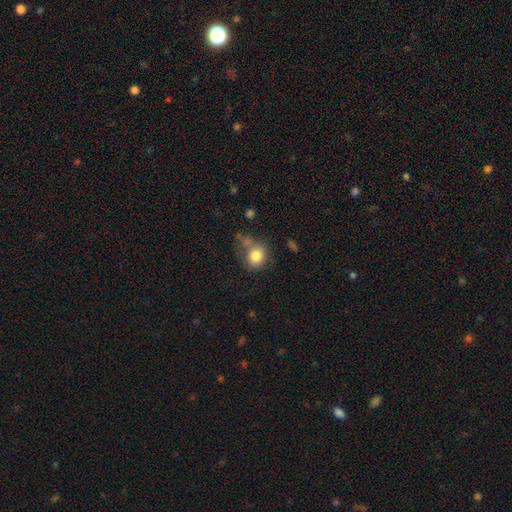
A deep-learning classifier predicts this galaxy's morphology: type=smooth (82%); roundness=round (74%); merging=none (55%).